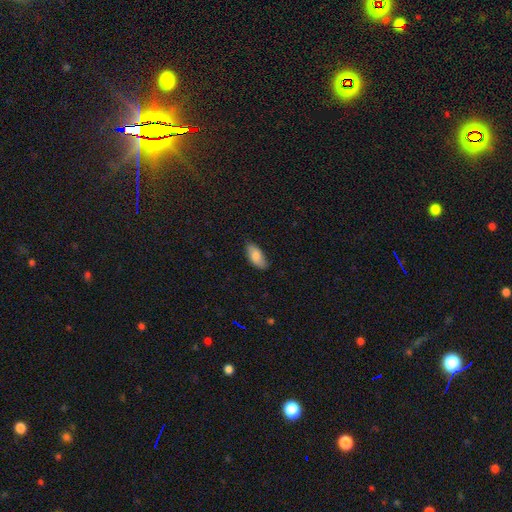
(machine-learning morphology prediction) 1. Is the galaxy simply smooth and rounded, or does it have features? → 83% smooth, 11% featured or disk, 6% star or artifact.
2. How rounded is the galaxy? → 89% in between, 9% cigar-shaped, 2% round.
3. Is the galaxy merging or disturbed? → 82% none, 15% minor disturbance, 2% major disturbance, 1% merger.